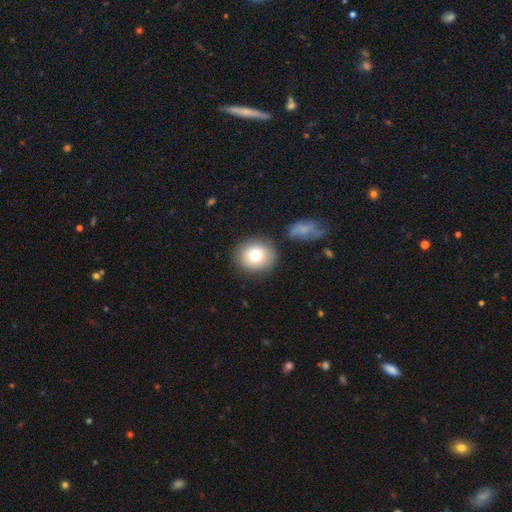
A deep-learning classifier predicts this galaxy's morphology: Overall: smooth (76%). How rounded: round (81%). Merging: none (83%).